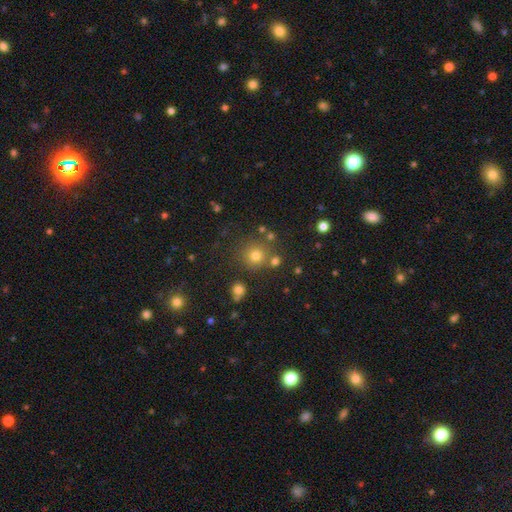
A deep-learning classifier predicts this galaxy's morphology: type=smooth (73%); roundness=round (93%); merging=none (79%).